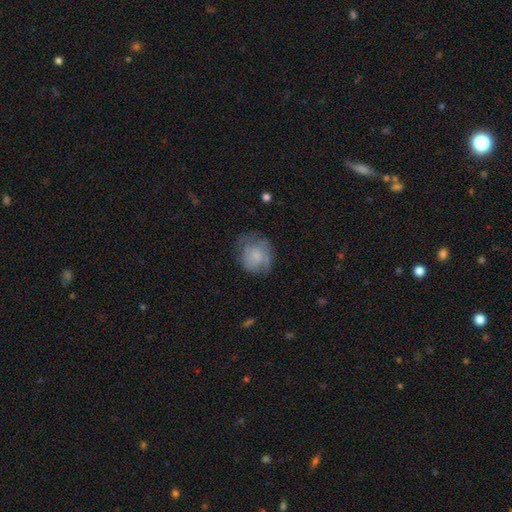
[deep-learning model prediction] Q: Smooth or featured?
A: smooth (57%); runner-up: featured or disk (34%)
Q: How rounded?
A: round (76%); runner-up: in between (23%)
Q: Merging?
A: none (54%); runner-up: minor disturbance (27%)